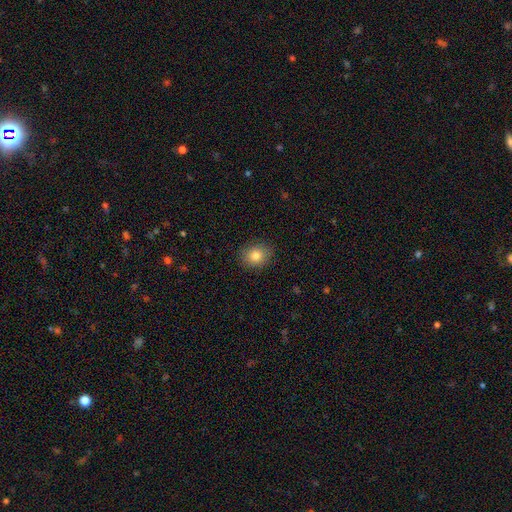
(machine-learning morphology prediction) smooth-or-featured: smooth: 82% | star or artifact: 10% | featured or disk: 8%
  how-rounded: round: 61% | in between: 38% | cigar-shaped: 1%
  merging: none: 88% | minor disturbance: 9% | major disturbance: 2% | merger: 1%